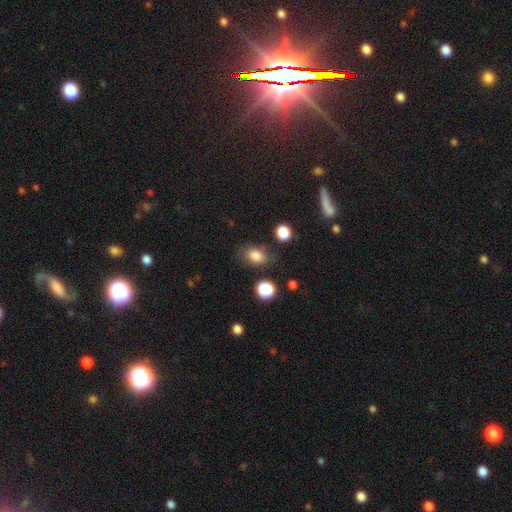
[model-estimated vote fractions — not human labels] smooth-or-featured: smooth: 83% | star or artifact: 10% | featured or disk: 6%
  how-rounded: in between: 74% | round: 24% | cigar-shaped: 2%
  merging: none: 74% | minor disturbance: 16% | major disturbance: 6% | merger: 4%